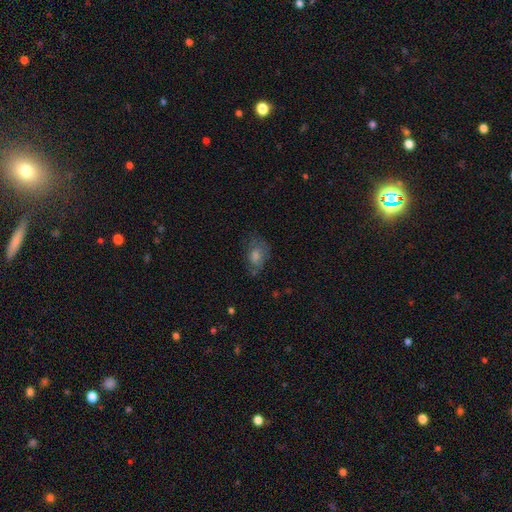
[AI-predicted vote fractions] Smooth or featured? smooth (48%)
Merging? none (59%)